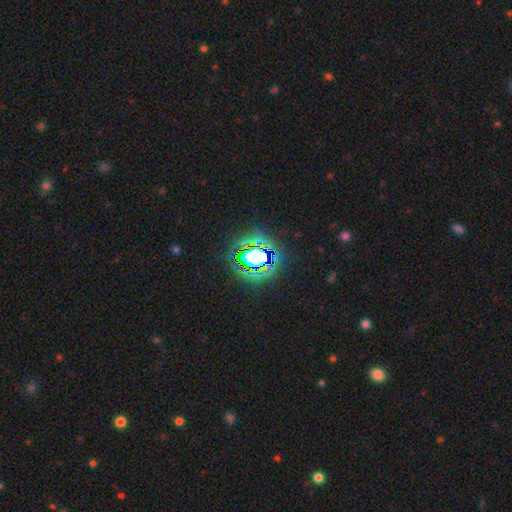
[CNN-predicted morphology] Smooth or featured? star or artifact (68%)